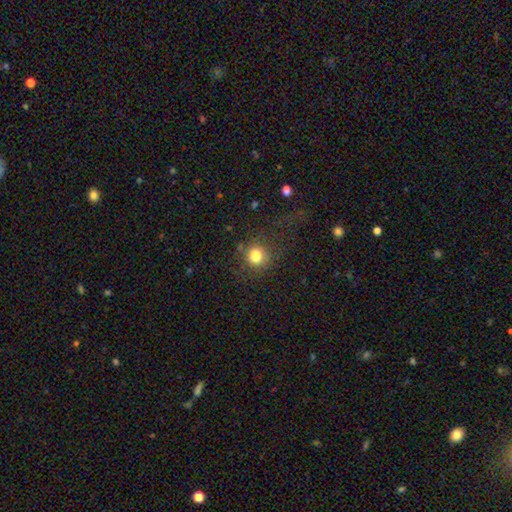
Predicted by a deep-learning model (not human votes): This appears to be a smooth galaxy with no disk features (81%) that is round (83%). Merging: none (71%).